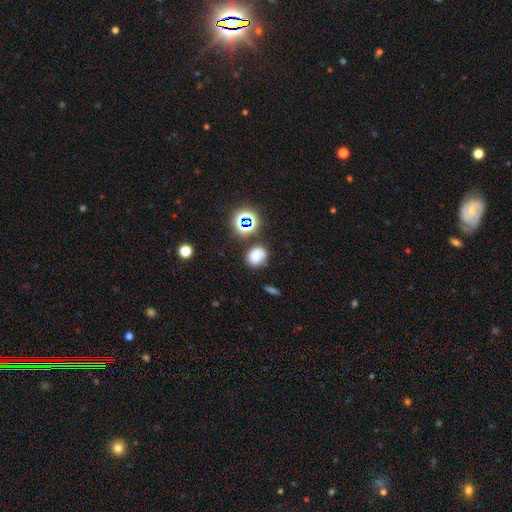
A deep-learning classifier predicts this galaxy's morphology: Smooth or featured? Predicted: smooth (p=0.67). How rounded? Predicted: round (p=0.61). Merging? Predicted: none (p=0.67).